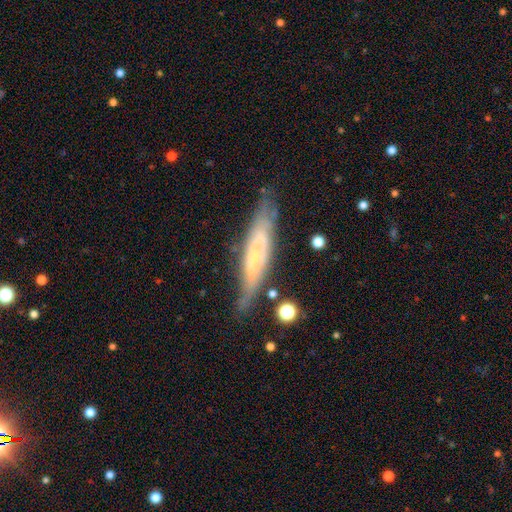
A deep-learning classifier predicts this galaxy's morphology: Overall: featured or disk (66%; smooth 27%). Edge-on disk: yes (56%; no 44%). Merging: none (69%).